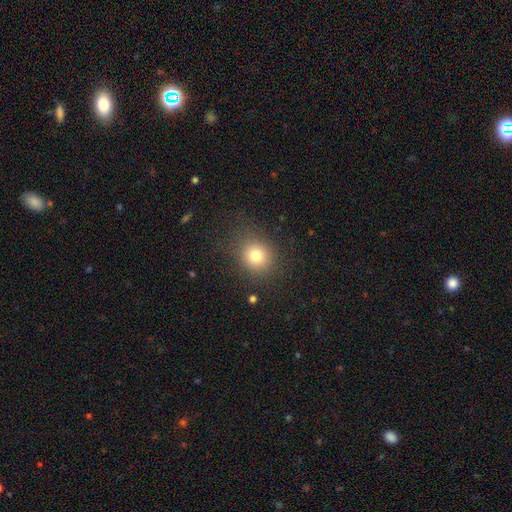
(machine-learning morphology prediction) The model was most divided on "how rounded": round: 81%, in between: 19%, cigar-shaped: 1%. More confident: merging — none (82%); smooth or featured — smooth (77%).